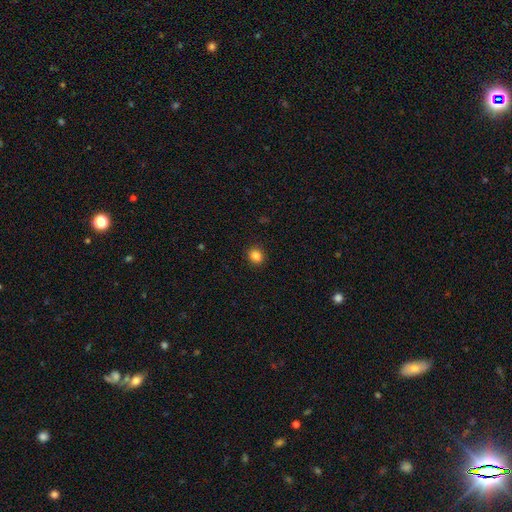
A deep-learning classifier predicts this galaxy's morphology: The model was most divided on "how rounded": round: 69%, in between: 30%, cigar-shaped: 1%. More confident: merging — none (90%); smooth or featured — smooth (86%).